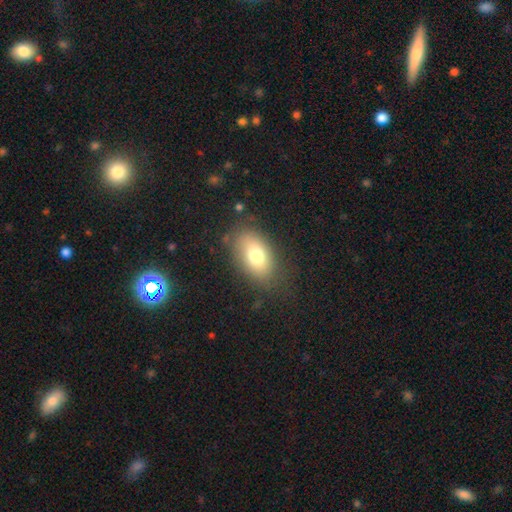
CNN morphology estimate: A smooth galaxy with no disk features (75%) that is in between round and cigar-shaped (88%). Merging: none (78%).